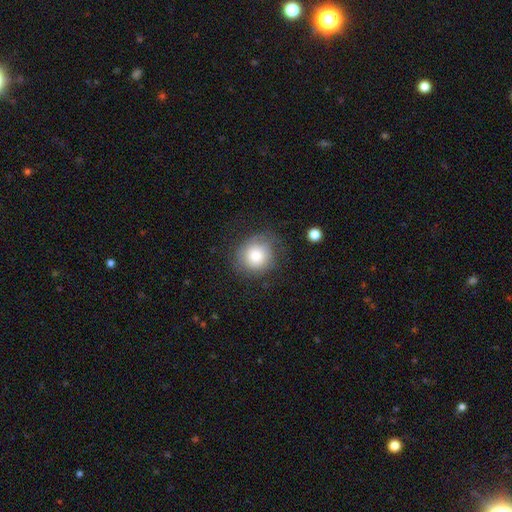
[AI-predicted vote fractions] Smooth or featured? smooth (72%)
How rounded? round (85%)
Merging? none (66%)